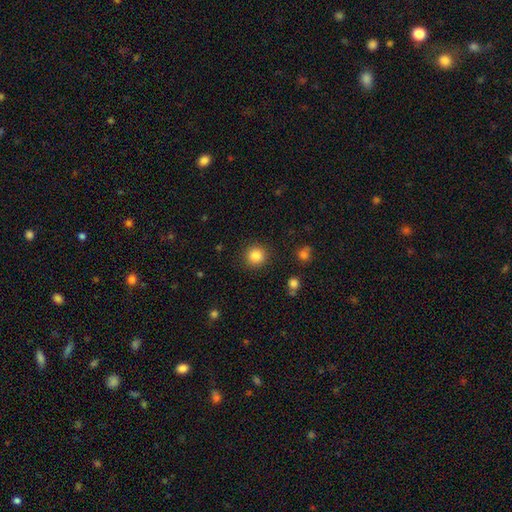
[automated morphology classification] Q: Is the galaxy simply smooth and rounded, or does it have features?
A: smooth — 85%.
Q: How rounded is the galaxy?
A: round — 94%.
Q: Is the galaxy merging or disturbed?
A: none — 90%.